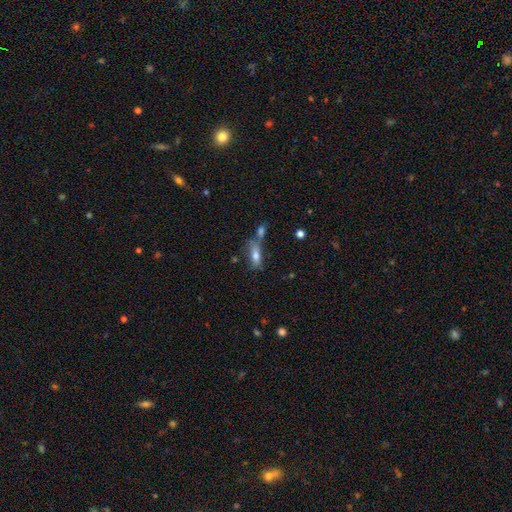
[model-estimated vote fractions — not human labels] Smooth or featured? smooth (64%)
How rounded? in between (64%)
Merging? none (45%)